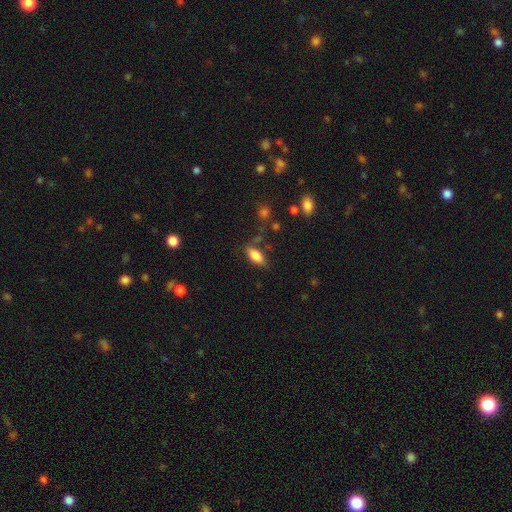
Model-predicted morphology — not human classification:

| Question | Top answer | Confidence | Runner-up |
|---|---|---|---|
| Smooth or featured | smooth | 82% | featured or disk (10%) |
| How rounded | in between | 83% | cigar-shaped (14%) |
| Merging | none | 73% | minor disturbance (18%) |